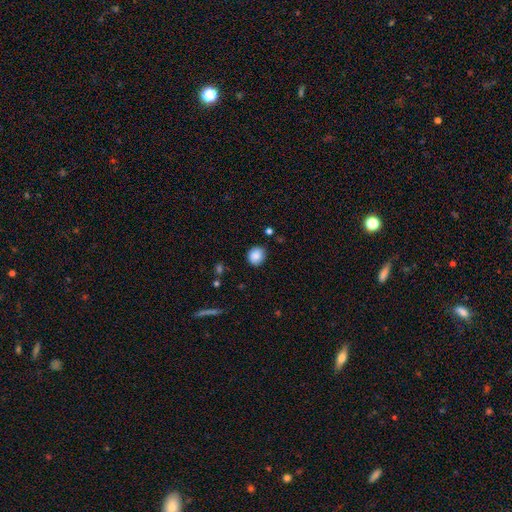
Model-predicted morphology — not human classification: The model was most divided on "how rounded": round: 80%, in between: 19%, cigar-shaped: 1%. More confident: smooth or featured — smooth (87%); merging — none (83%).